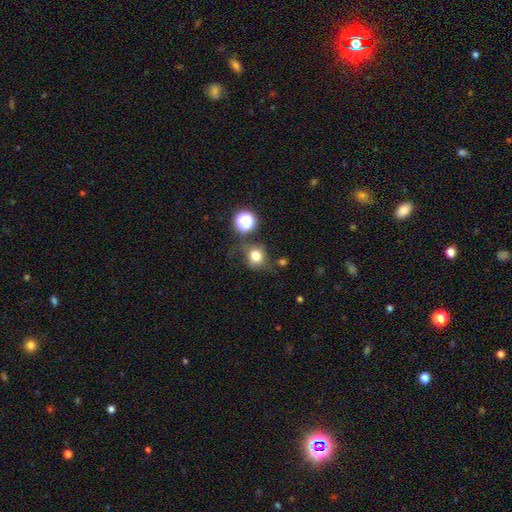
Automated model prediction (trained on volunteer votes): Smooth or featured: smooth — 74% (star or artifact — 15%)
How rounded: round — 80% (in between — 19%)
Merging: none — 64% (minor disturbance — 19%)